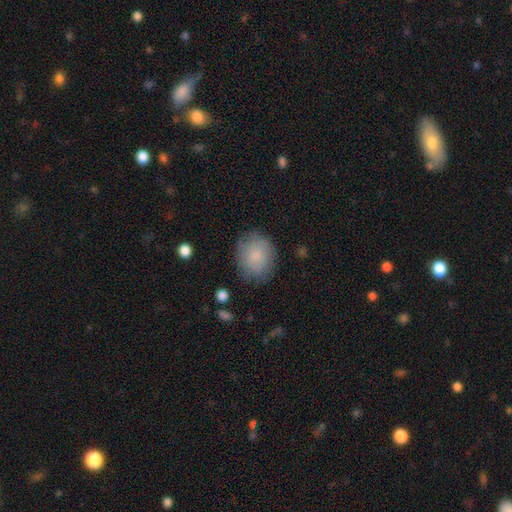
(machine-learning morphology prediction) A smooth galaxy with no disk features (83%) that is round (61%). Merging: none (80%).